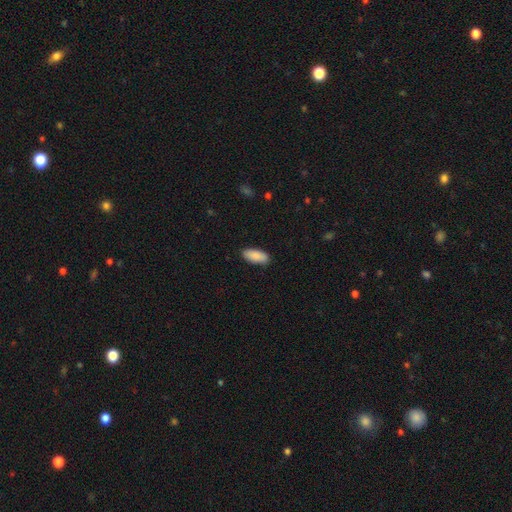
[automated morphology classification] Overall: smooth (89%). How rounded: in between (88%). Merging: none (88%).